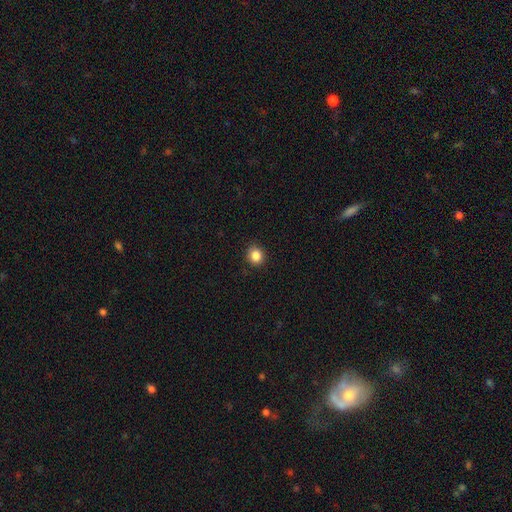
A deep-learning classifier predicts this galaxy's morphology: Smooth or featured?
  - smooth: 85% *
  - star or artifact: 11%
  - featured or disk: 4%
How rounded?
  - round: 79% *
  - in between: 20%
  - cigar-shaped: 1%
Merging?
  - none: 90% *
  - minor disturbance: 7%
  - major disturbance: 2%
  - merger: 1%